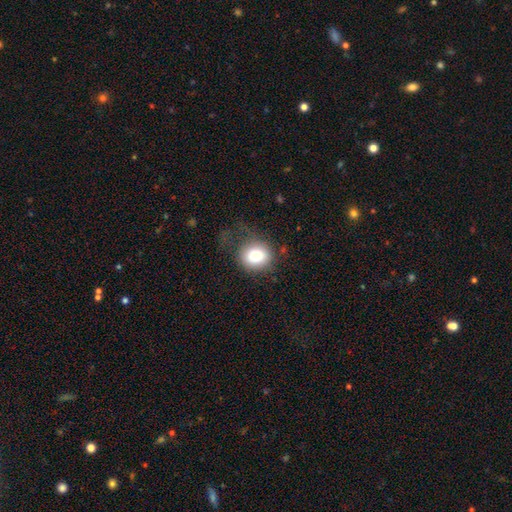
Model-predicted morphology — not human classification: A smooth galaxy with no disk features (81%) that is round (68%). Merging: none (57%).